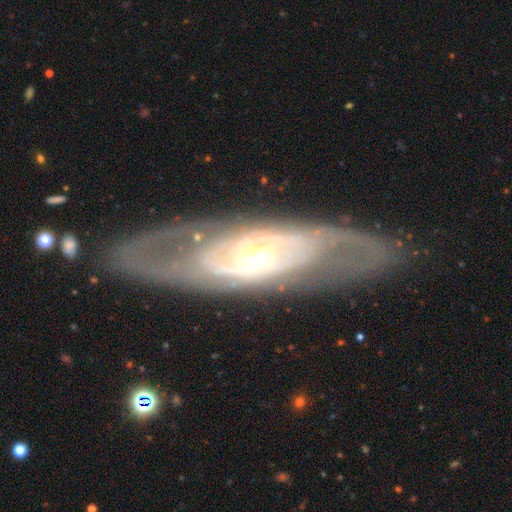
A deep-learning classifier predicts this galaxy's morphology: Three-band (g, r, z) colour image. It shows a featured or disk galaxy (82%) with no bar (64%), spiral arms (70%) and a small central bulge (52%). Merging: none (80%).